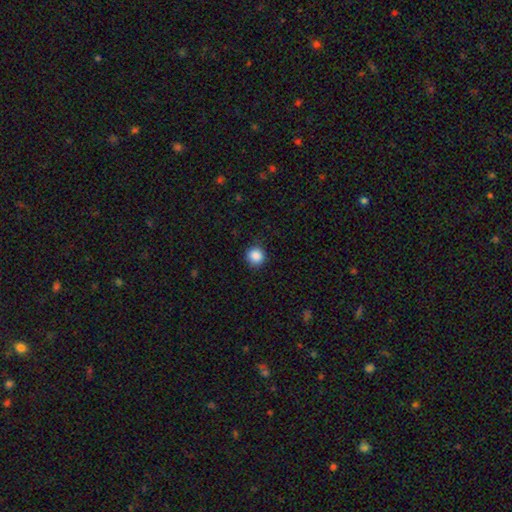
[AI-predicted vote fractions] Smooth or featured?
  - smooth: 88% *
  - star or artifact: 10%
  - featured or disk: 3%
How rounded?
  - round: 92% *
  - in between: 7%
  - cigar-shaped: 1%
Merging?
  - none: 89% *
  - minor disturbance: 8%
  - major disturbance: 2%
  - merger: 1%